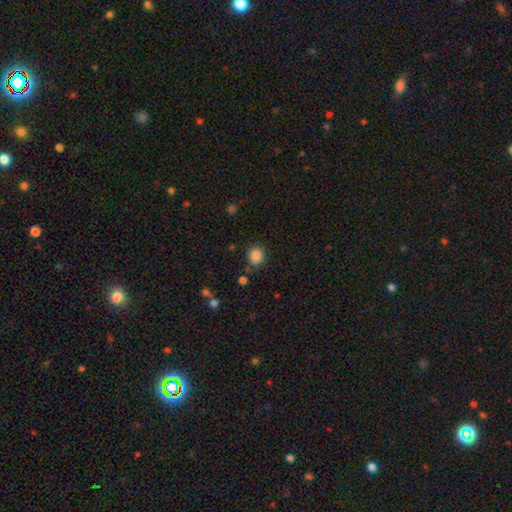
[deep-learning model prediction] A smooth galaxy with no disk features (86%) that is round (80%).

Vote fractions:
- Smooth or featured? smooth: 86% / star or artifact: 10% / featured or disk: 4%
- How rounded? round: 80% / in between: 20% / cigar-shaped: 1%
- Merging? none: 82% / minor disturbance: 11% / merger: 4% / major disturbance: 3%